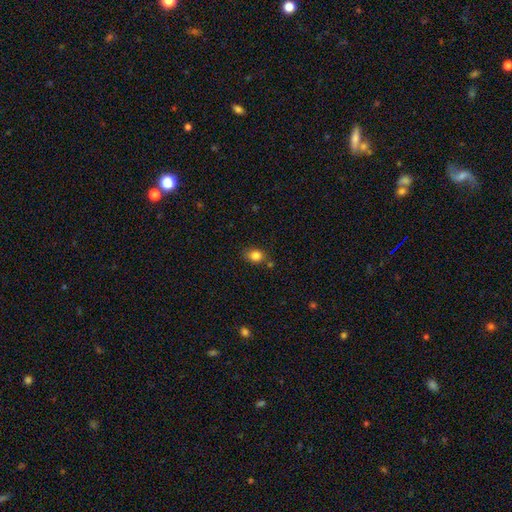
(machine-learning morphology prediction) Smooth or featured? smooth (84%)
How rounded? in between (53%)
Merging? none (72%)